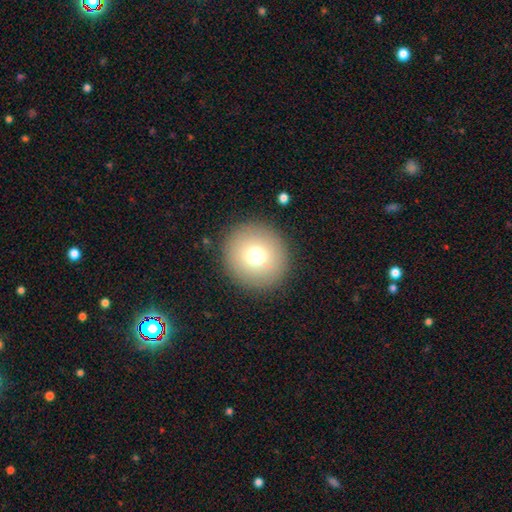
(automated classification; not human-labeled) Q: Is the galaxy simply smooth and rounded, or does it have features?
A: smooth — 73%.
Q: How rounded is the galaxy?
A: round — 94%.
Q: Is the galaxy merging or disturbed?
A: none — 91%.